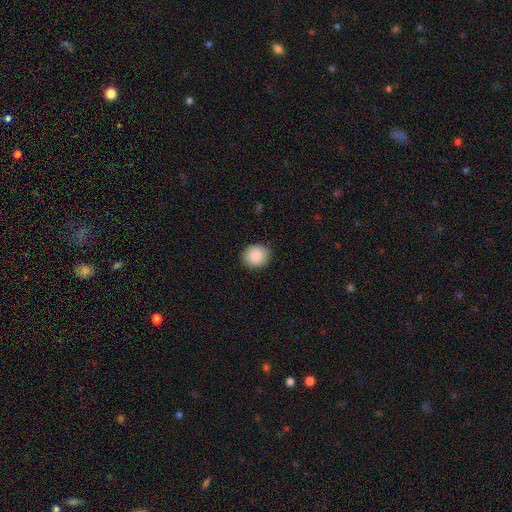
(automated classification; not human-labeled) smooth_or_featured: smooth (p=0.89) [alt: star or artifact p=0.07]
how_rounded: round (p=0.72) [alt: in between p=0.27]
merging: none (p=0.89) [alt: minor disturbance p=0.08]